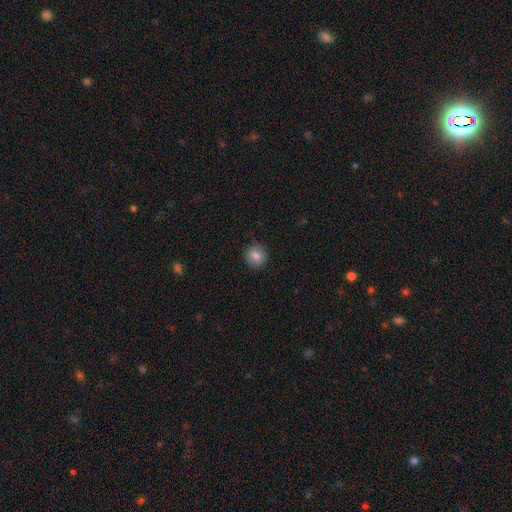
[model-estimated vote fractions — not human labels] This appears to be a smooth galaxy with no disk features (83%) that is round (91%). Merging: none (90%).